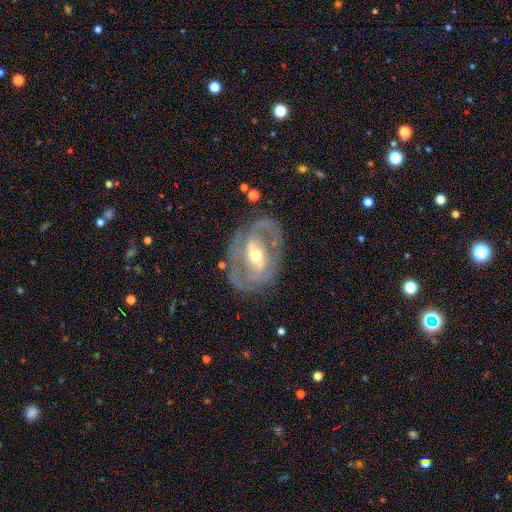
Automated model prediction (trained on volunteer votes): Overall: featured or disk (81%). Edge-on disk: no (94%). Bar: strong (41%; weak 38%). Spiral arms: yes (75%). Spiral arm count: 2 (72%). Spiral winding: medium (43%; tight 37%). Bulge size: moderate (64%; small 29%). Merging: none (73%).